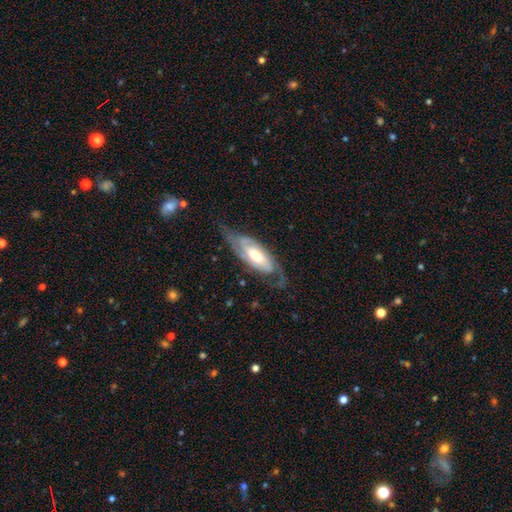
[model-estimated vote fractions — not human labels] Smooth or featured: featured or disk — 80% (smooth — 15%)
Edge-on disk: no — 86% (yes — 14%)
Bar: no — 47% (weak — 35%)
Spiral arms: yes — 92% (no — 8%)
Spiral winding: medium — 43% (tight — 38%)
Spiral arm count: 2 — 80% (can't tell — 11%)
Bulge size: moderate — 60% (small — 18%)
Merging: none — 67% (minor disturbance — 20%)